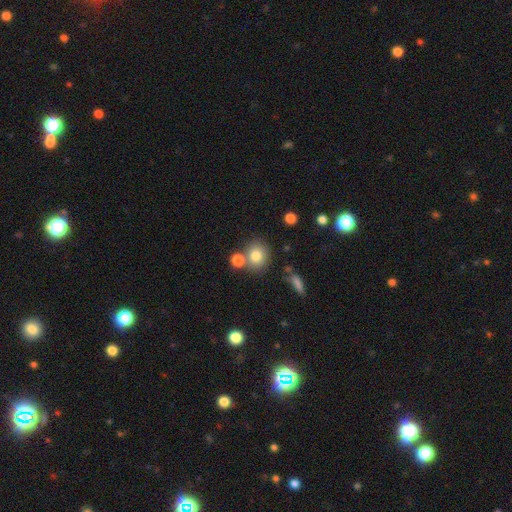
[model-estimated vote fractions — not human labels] Overall: smooth (79%). How rounded: round (78%). Merging: none (62%; merger 24%).